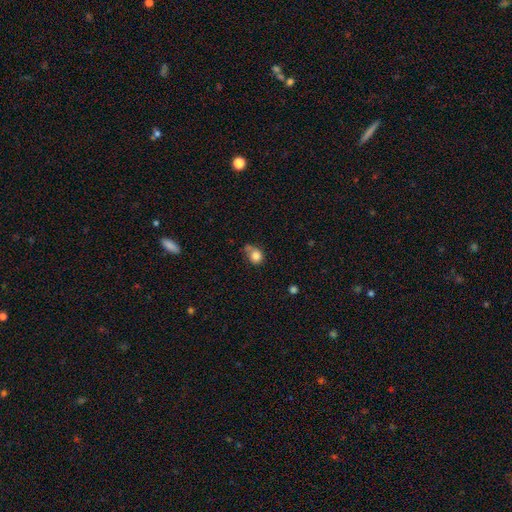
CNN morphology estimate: Q: Smooth or featured?
A: smooth (81%); runner-up: star or artifact (10%)
Q: How rounded?
A: round (66%); runner-up: in between (32%)
Q: Merging?
A: none (41%); runner-up: minor disturbance (32%)